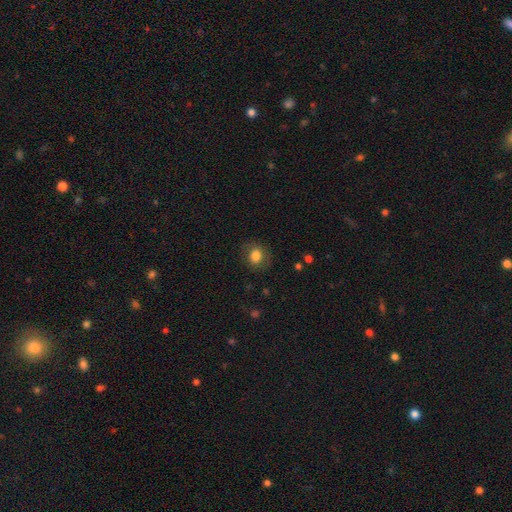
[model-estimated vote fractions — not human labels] Smooth or featured? smooth (81%)
How rounded? round (68%)
Merging? none (81%)